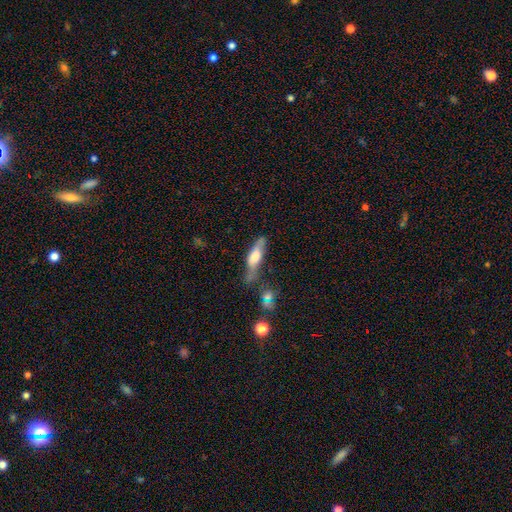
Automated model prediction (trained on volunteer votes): A featured or disk galaxy (50%) viewed edge-on (77%).

Vote fractions:
- Smooth or featured? featured or disk: 50% / smooth: 42% / star or artifact: 8%
- Edge-on disk? yes: 77% / no: 23%
- Merging? none: 53% / minor disturbance: 26% / major disturbance: 12% / merger: 9%